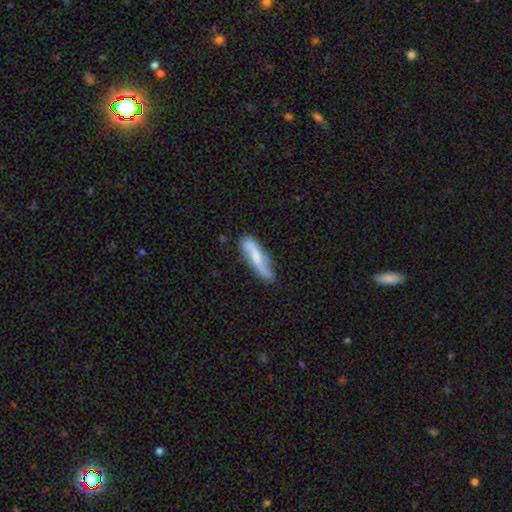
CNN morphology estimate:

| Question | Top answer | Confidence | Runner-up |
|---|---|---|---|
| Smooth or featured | smooth | 49% | featured or disk (45%) |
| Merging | none | 70% | minor disturbance (23%) |